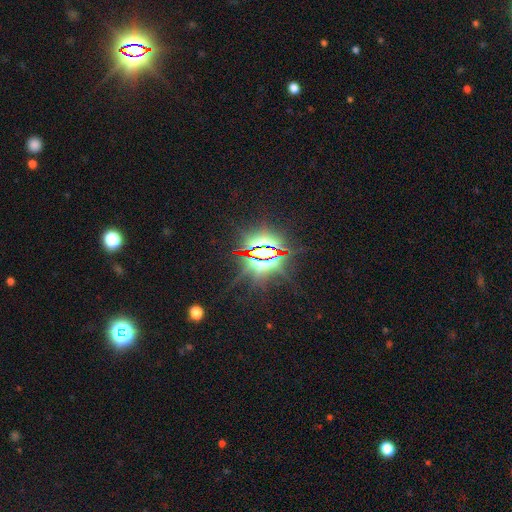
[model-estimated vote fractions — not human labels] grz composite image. It shows a star or artifact, not a galaxy (85%).